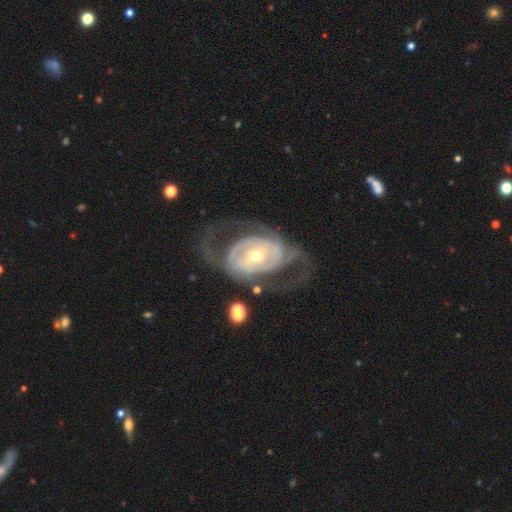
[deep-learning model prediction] The model was most divided on "spiral winding": tight: 42%, medium: 39%, loose: 19%. Remaining: edge-on disk — no (95%); smooth or featured — featured or disk (85%); spiral arms — yes (82%); spiral arm count — 2 (59%); merging — none (52%); bulge size — small (51%); bar — no (49%).